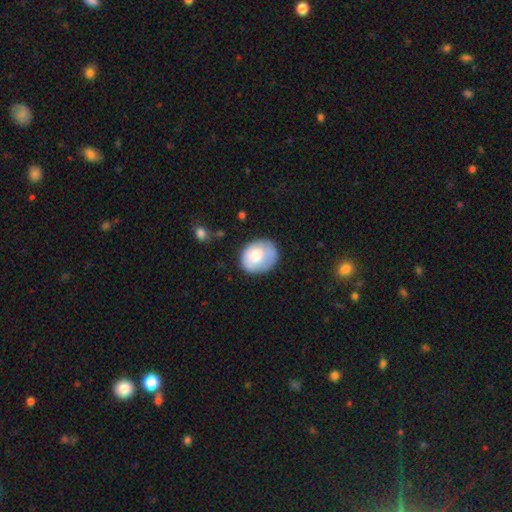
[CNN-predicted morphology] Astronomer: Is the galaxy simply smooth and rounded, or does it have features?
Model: smooth — 71%.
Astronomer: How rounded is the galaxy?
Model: round — 56% (runner-up: in between, 43%).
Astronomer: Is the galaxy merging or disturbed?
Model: none — 68%.